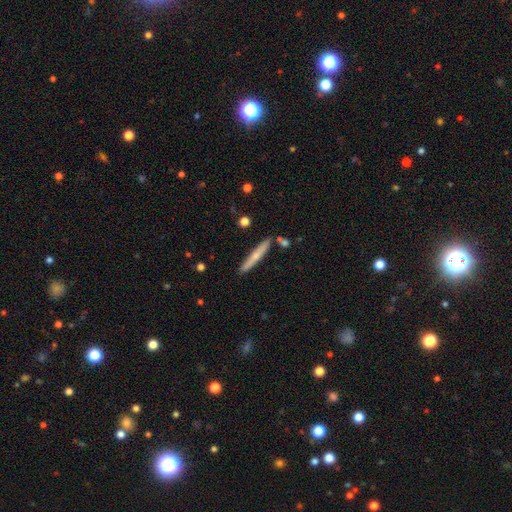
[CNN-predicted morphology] Smooth or featured? Predicted: smooth (p=0.48). Merging? Predicted: none (p=0.85).